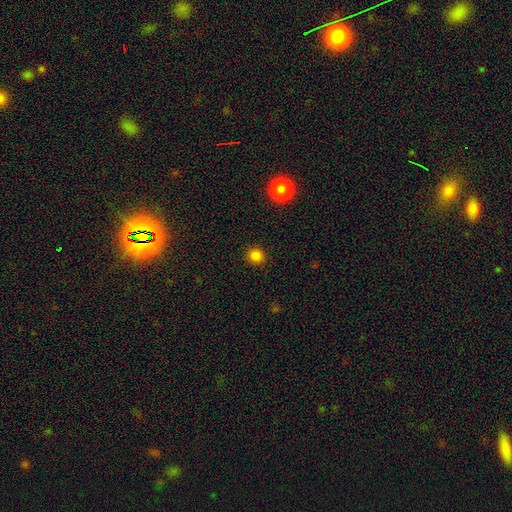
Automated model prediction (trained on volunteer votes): Smooth or featured? smooth (83%)
How rounded? round (86%)
Merging? none (91%)